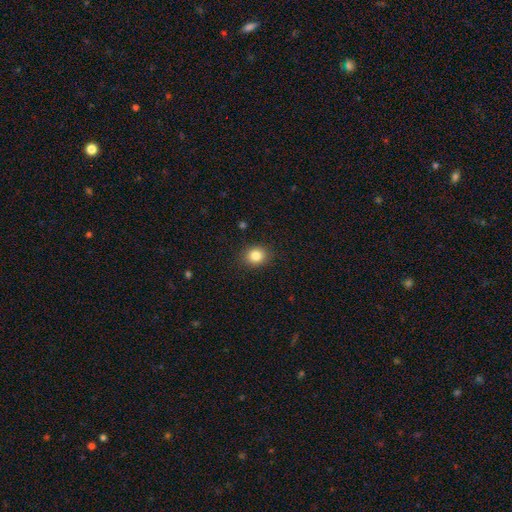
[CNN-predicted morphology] Smooth or featured? smooth (84%)
How rounded? round (74%)
Merging? none (89%)